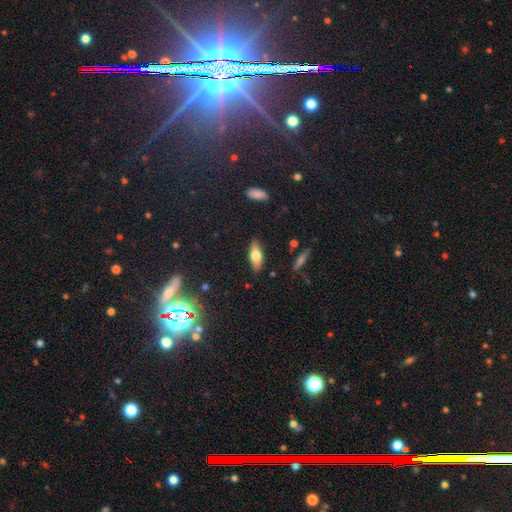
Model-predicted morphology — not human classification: smooth_or_featured: smooth (p=0.66) [alt: featured or disk p=0.26]
how_rounded: in between (p=0.74) [alt: cigar-shaped p=0.23]
merging: none (p=0.86) [alt: minor disturbance p=0.10]